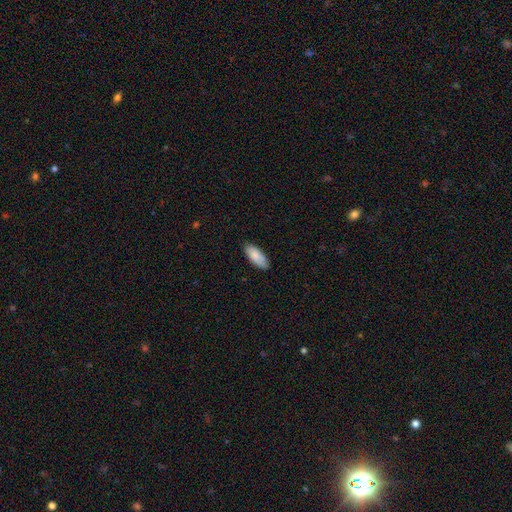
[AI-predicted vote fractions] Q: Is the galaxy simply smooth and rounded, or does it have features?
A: smooth — 87%.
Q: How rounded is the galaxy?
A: in between — 80%.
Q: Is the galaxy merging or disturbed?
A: none — 86%.